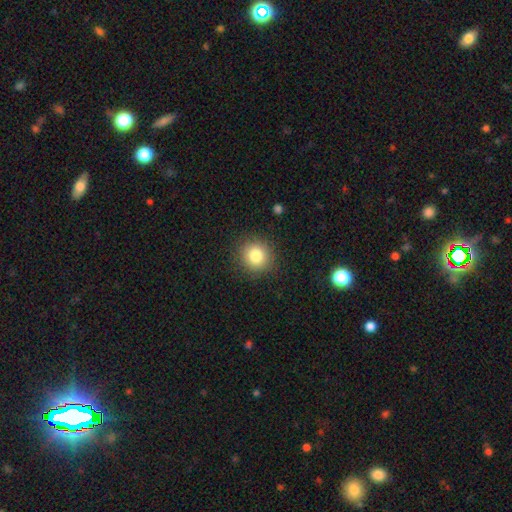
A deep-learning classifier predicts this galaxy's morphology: A smooth galaxy with no disk features (82%) that is round (91%). Merging: none (89%).